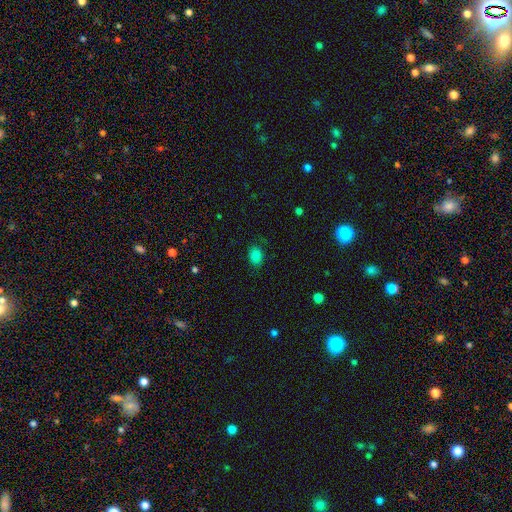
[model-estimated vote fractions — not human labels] Overall: smooth (82%). How rounded: in between (67%; round 32%). Merging: none (80%).